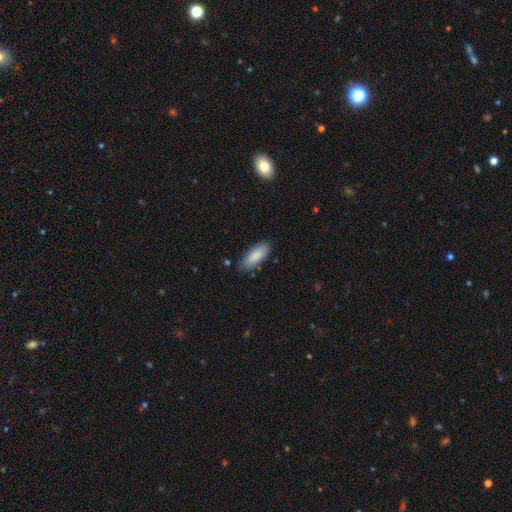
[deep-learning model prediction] This appears to be a smooth galaxy with no disk features (87%) that is in between round and cigar-shaped (70%). Merging: none (82%).